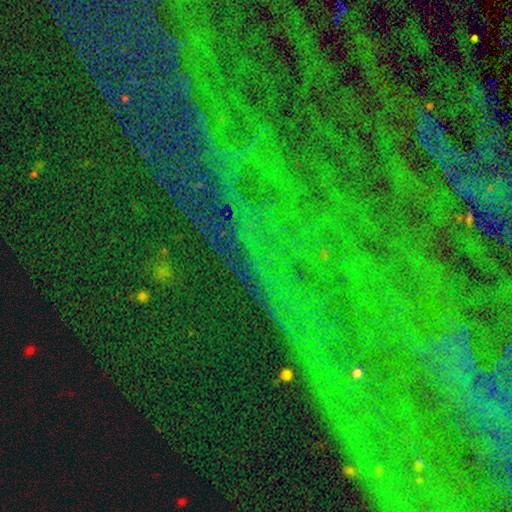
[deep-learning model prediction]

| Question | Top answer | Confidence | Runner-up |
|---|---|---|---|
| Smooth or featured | star or artifact | 85% | featured or disk (7%) |